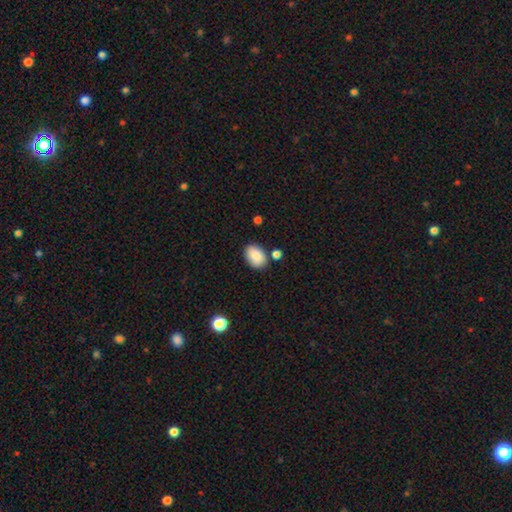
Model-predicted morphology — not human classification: smooth 86%, star or artifact 7%, featured or disk 6%. Down the decision tree: how rounded — in between (83%); merging — none (76%).